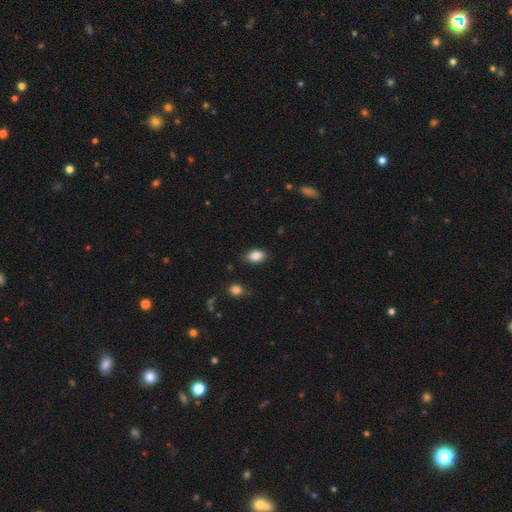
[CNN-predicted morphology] Q: Smooth or featured?
A: smooth (87%); runner-up: star or artifact (8%)
Q: How rounded?
A: in between (86%); runner-up: round (12%)
Q: Merging?
A: none (77%); runner-up: minor disturbance (18%)